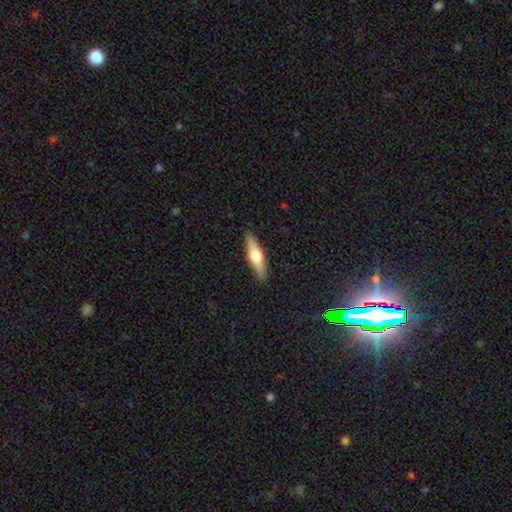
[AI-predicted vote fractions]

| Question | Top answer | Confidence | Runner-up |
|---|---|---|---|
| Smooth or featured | featured or disk | 55% | smooth (39%) |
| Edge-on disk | yes | 95% | no (5%) |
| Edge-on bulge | rounded | 94% | boxy (4%) |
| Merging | none | 90% | minor disturbance (7%) |